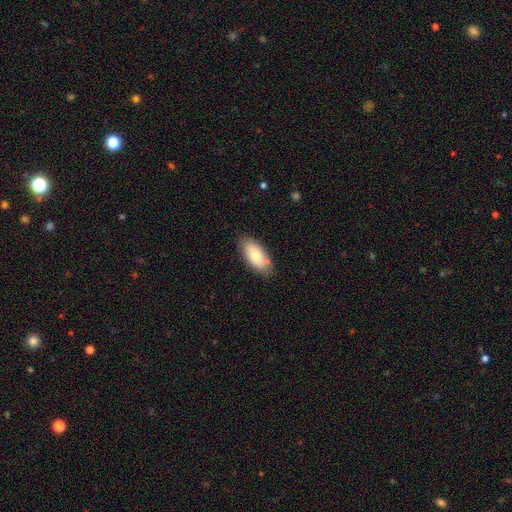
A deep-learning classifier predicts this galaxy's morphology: Smooth or featured? smooth (76%)
How rounded? in between (89%)
Merging? none (80%)